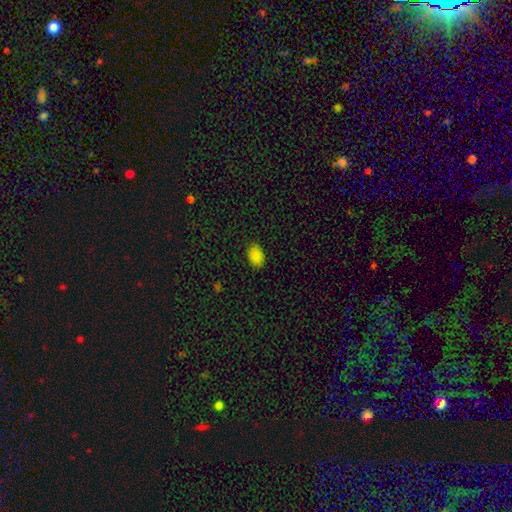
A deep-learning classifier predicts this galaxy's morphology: Smooth or featured? Predicted: smooth (p=0.87). How rounded? Predicted: in between (p=0.87). Merging? Predicted: none (p=0.88).